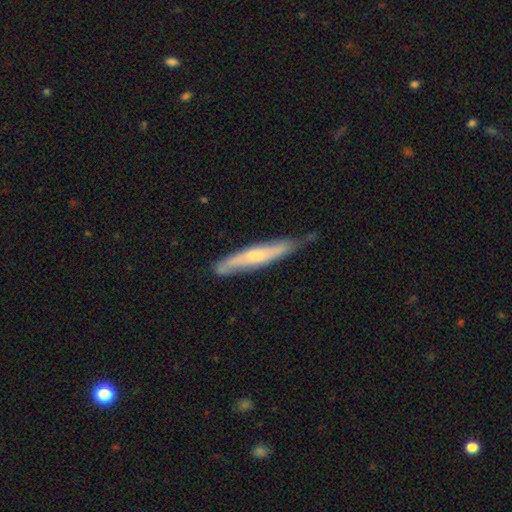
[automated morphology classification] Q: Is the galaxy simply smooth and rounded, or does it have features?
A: featured or disk — 49%.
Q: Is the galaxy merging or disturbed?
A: none — 69%.